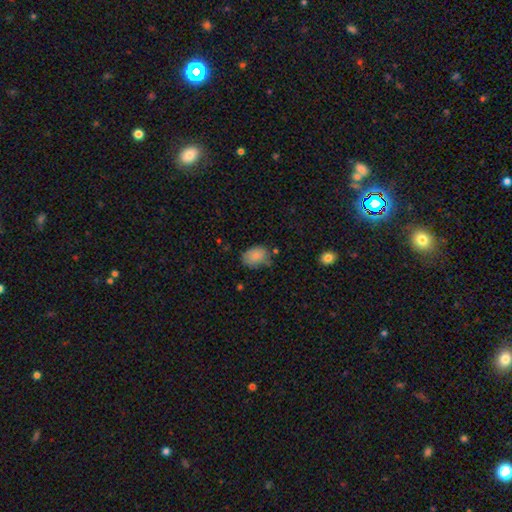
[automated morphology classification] smooth_or_featured: smooth (p=0.83) [alt: featured or disk p=0.09]
how_rounded: in between (p=0.76) [alt: round p=0.23]
merging: none (p=0.57) [alt: minor disturbance p=0.31]